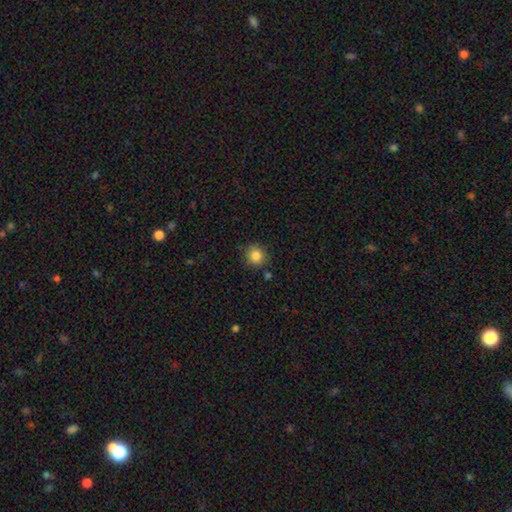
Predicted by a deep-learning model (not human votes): The model was most divided on "merging": none: 84%, minor disturbance: 10%, merger: 3%, major disturbance: 3%. More confident: how rounded — round (88%); smooth or featured — smooth (85%).